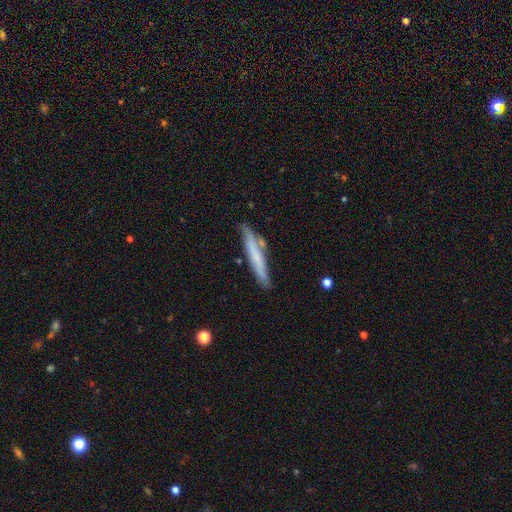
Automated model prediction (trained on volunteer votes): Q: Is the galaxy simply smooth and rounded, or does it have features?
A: smooth — 58%.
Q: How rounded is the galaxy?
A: cigar-shaped — 94%.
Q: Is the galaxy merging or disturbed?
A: none — 78%.